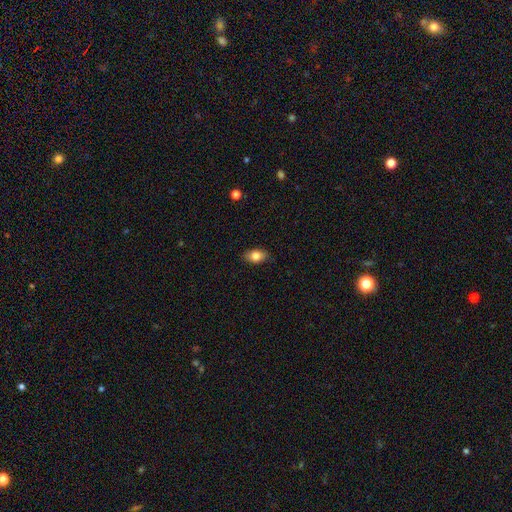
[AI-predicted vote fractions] This is clearly a smooth galaxy (82%). How rounded: clearly in between (87%). Merging: clearly none (85%).